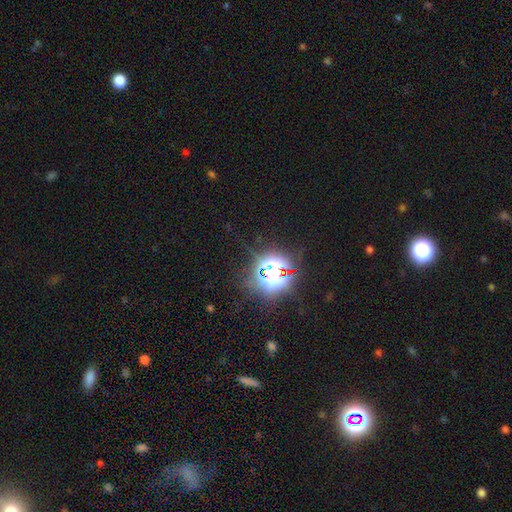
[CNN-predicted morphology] This is clearly a star or artifact rather than a galaxy (82%).